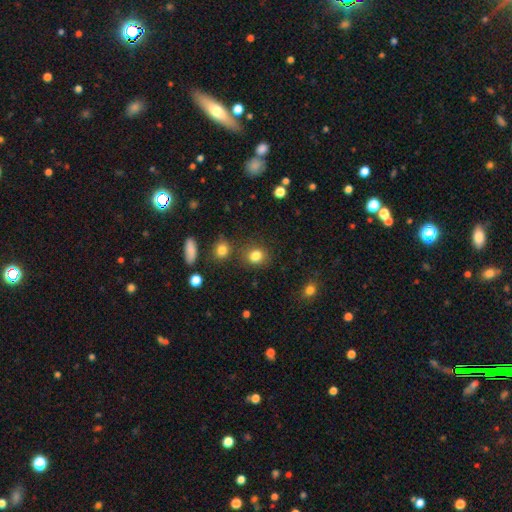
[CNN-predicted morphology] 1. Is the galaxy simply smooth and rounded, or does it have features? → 82% smooth, 12% star or artifact, 6% featured or disk.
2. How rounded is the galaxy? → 72% round, 27% in between, 1% cigar-shaped.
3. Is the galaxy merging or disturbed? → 79% none, 11% minor disturbance, 6% merger, 4% major disturbance.